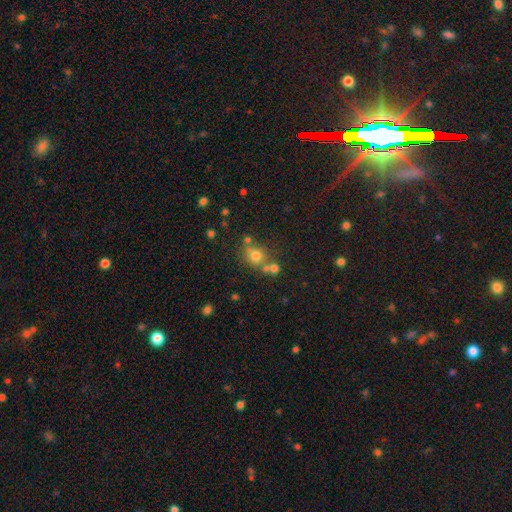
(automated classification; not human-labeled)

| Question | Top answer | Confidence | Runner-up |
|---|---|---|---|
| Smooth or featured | smooth | 69% | star or artifact (19%) |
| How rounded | round | 80% | in between (19%) |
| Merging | none | 54% | merger (30%) |